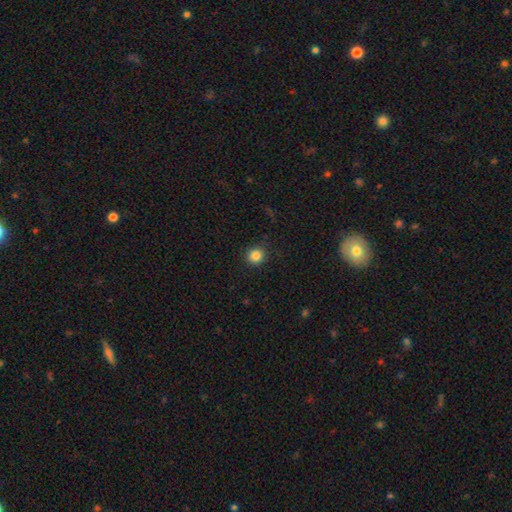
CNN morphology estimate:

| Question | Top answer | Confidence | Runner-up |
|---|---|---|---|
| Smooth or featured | smooth | 85% | star or artifact (11%) |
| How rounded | round | 92% | in between (7%) |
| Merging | none | 90% | minor disturbance (7%) |